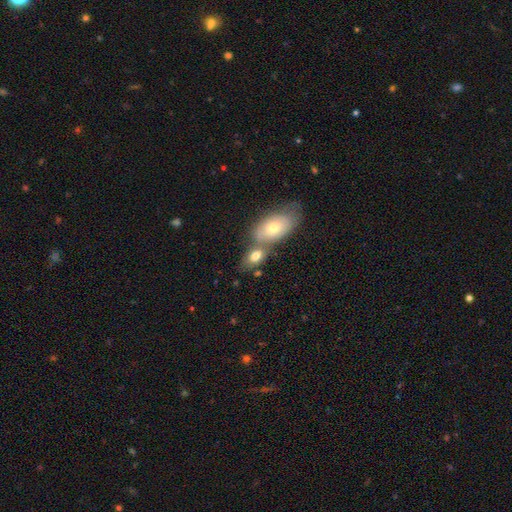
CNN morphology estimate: The model was most divided on "merging": merger: 49%, none: 37%, minor disturbance: 11%, major disturbance: 4%. More confident: how rounded — in between (88%); smooth or featured — smooth (73%).